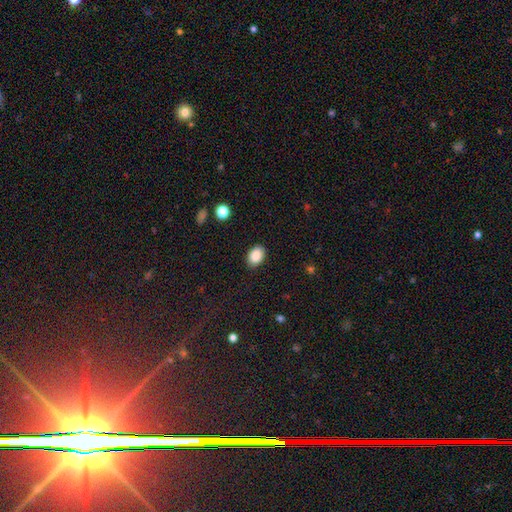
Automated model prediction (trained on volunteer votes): Q: Smooth or featured?
A: smooth (88%); runner-up: star or artifact (8%)
Q: How rounded?
A: in between (81%); runner-up: round (18%)
Q: Merging?
A: none (87%); runner-up: minor disturbance (10%)